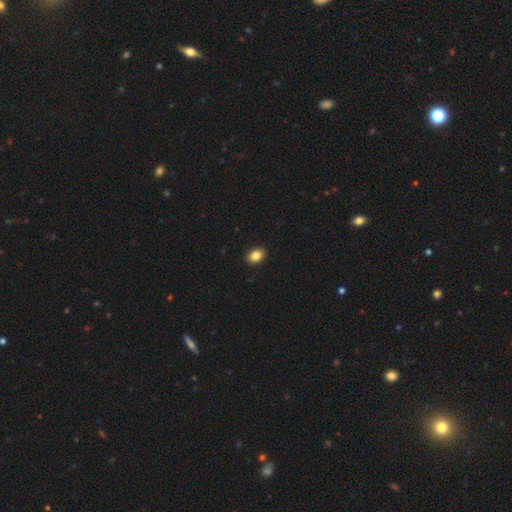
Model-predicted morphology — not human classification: This appears to be a smooth galaxy with no disk features (85%) that is in between round and cigar-shaped (70%). Merging: none (91%).